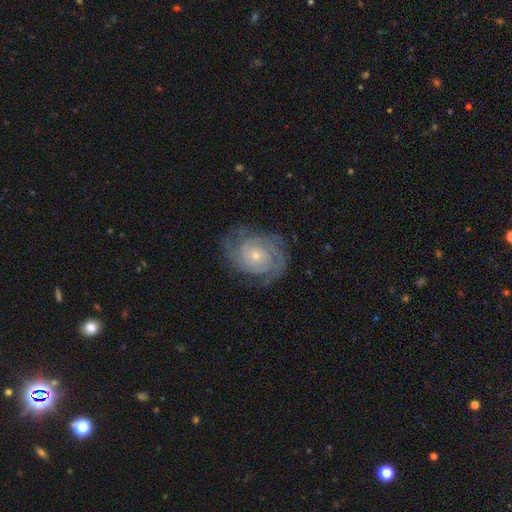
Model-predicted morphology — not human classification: type=featured or disk (87%); edge-on=no (97%); bar=no (78%); spiral arms=yes (97%); winding=tight (72%); arm count=2 (31%); bulge=small (70%); merging=none (76%).